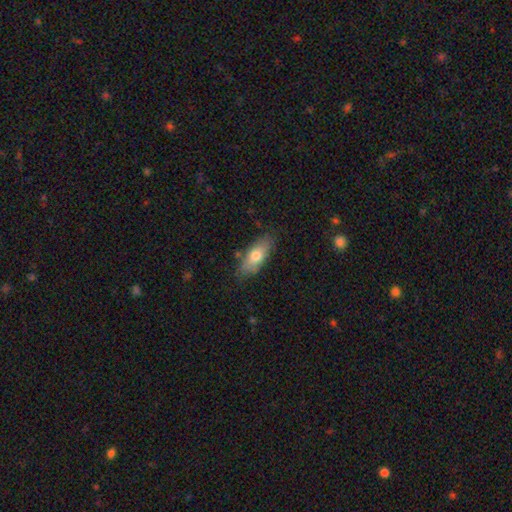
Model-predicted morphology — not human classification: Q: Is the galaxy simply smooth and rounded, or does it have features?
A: smooth — 71%.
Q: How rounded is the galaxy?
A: in between — 77%.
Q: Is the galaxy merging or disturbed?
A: none — 77%.